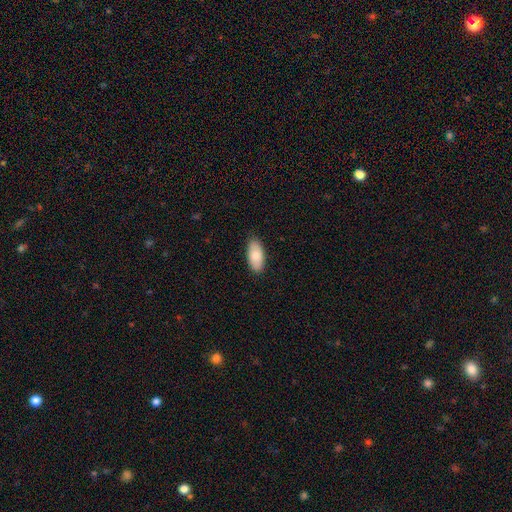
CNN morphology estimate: Smooth or featured? Predicted: smooth (p=0.82). How rounded? Predicted: in between (p=0.92). Merging? Predicted: none (p=0.86).